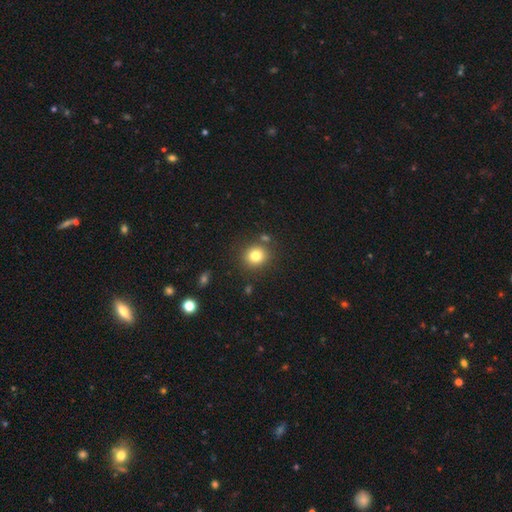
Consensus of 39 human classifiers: Q: Smooth or featured?
A: smooth (87%); runner-up: star or artifact (10%)
Q: How rounded?
A: round (91%); runner-up: in between (9%)
Q: Merging?
A: none (91%); runner-up: merger (6%)